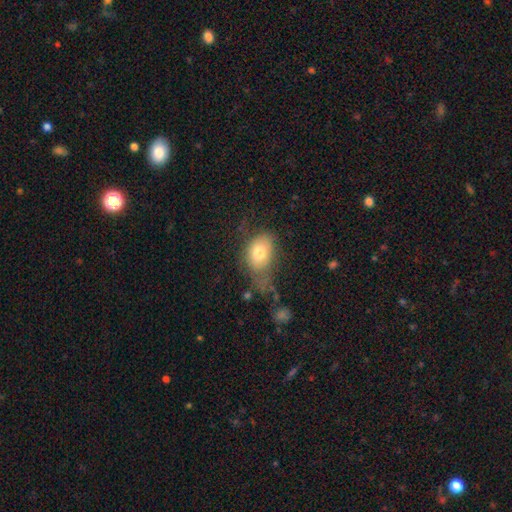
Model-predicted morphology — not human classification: smooth-or-featured: smooth: 75% | featured or disk: 15% | star or artifact: 9%
  how-rounded: in between: 73% | round: 26% | cigar-shaped: 1%
  merging: none: 36% | minor disturbance: 29% | major disturbance: 27% | merger: 8%